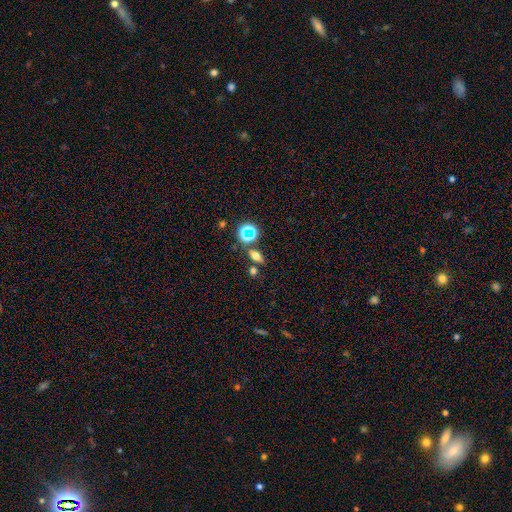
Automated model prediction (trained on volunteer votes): Smooth or featured?
  - smooth: 56% *
  - star or artifact: 24%
  - featured or disk: 20%
How rounded?
  - in between: 68% *
  - round: 18%
  - cigar-shaped: 14%
Merging?
  - none: 74% *
  - merger: 13%
  - minor disturbance: 10%
  - major disturbance: 4%